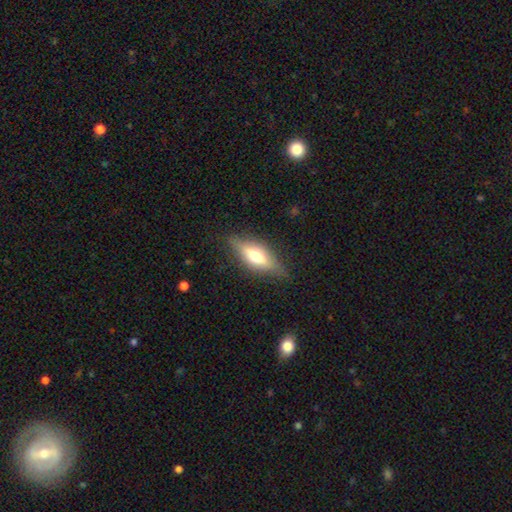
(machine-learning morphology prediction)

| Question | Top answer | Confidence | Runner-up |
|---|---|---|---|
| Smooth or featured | featured or disk | 48% | smooth (45%) |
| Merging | none | 81% | minor disturbance (14%) |